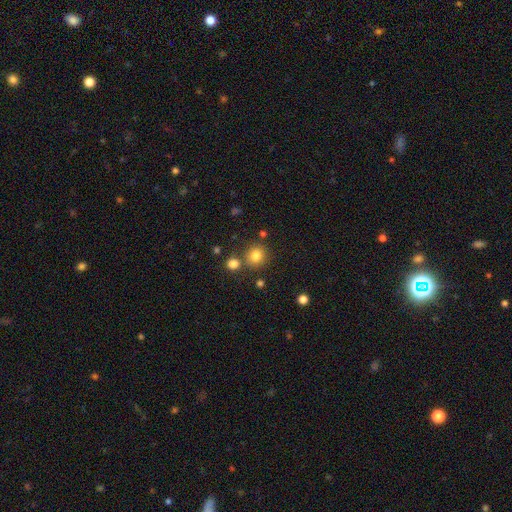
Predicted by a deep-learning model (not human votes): Morphology: type=smooth (81%); roundness=round (87%); merging=none (76%).